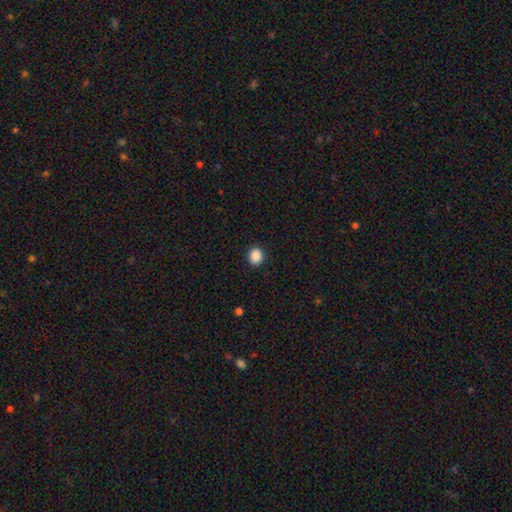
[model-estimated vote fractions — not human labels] smooth-or-featured: smooth: 89% | star or artifact: 9% | featured or disk: 2%
  how-rounded: round: 80% | in between: 19% | cigar-shaped: 1%
  merging: none: 92% | minor disturbance: 6% | major disturbance: 2% | merger: 1%